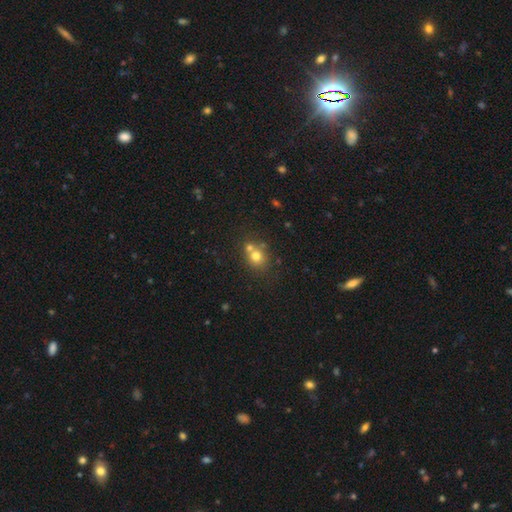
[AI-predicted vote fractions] This is likely a smooth galaxy (71%). How rounded: likely round (78%). Merging: possibly none (51%).